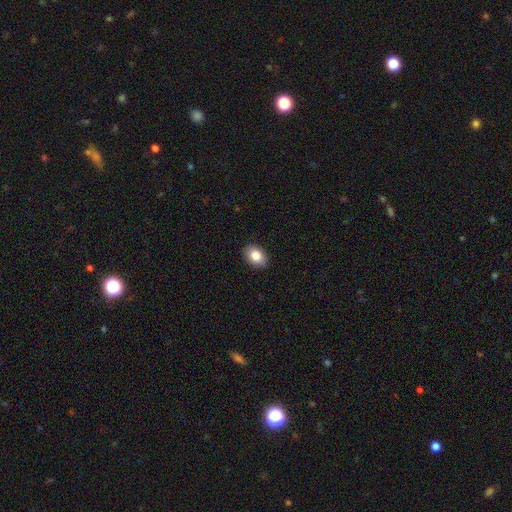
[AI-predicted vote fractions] smooth 84%, star or artifact 8%, featured or disk 8%. Down the decision tree: how rounded — in between (77%); merging — none (90%).